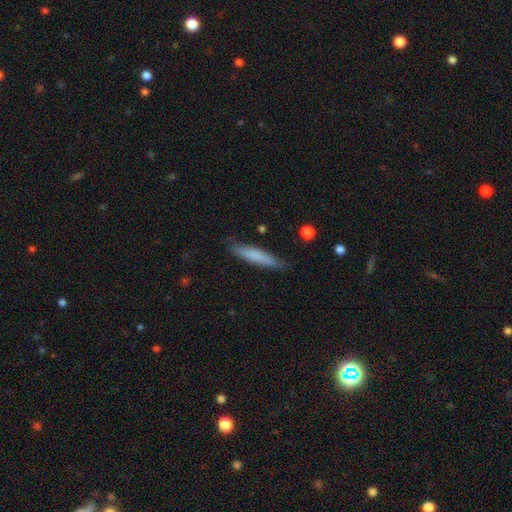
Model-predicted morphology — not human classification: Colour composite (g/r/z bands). It shows a smooth galaxy with no disk features (75%) that is cigar-shaped (88%). Merging: none (82%).